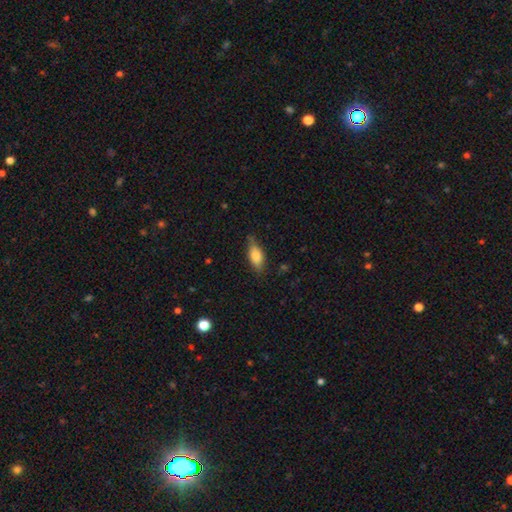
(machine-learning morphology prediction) Smooth or featured? smooth (76%)
How rounded? in between (78%)
Merging? none (71%)